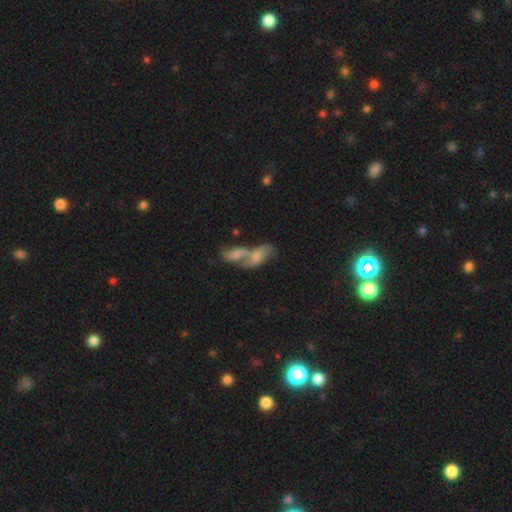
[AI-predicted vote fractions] This is possibly a smooth galaxy (51%). How rounded: clearly in between (80%). Merging: likely merger (75%).